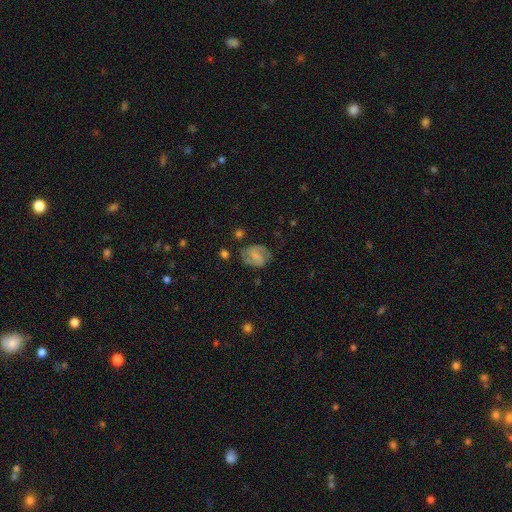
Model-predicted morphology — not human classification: Smooth or featured? featured or disk (62%)
Edge-on disk? no (97%)
Bar? weak (44%)
Spiral arms? yes (85%)
Spiral winding? medium (49%)
Spiral arm count? 2 (83%)
Bulge size? none (45%)
Merging? none (66%)